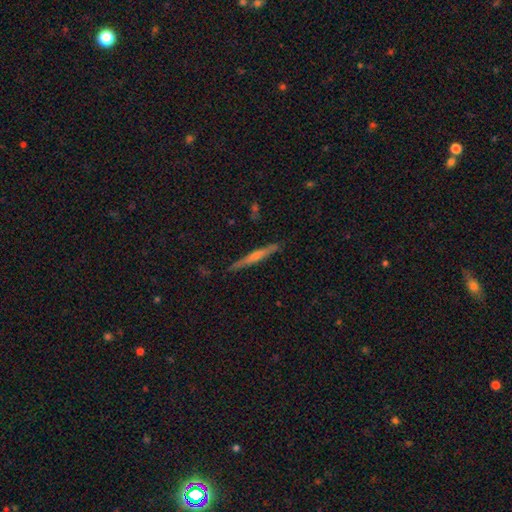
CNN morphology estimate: The model was most divided on "edge-on bulge": rounded: 54%, none: 36%, boxy: 10%. More confident: edge-on disk — yes (97%); merging — none (88%); smooth or featured — featured or disk (59%).